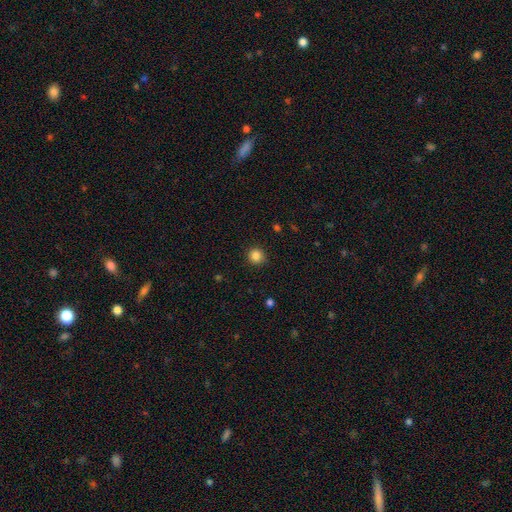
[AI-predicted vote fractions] This is clearly a smooth galaxy (84%). How rounded: clearly round (93%). Merging: clearly none (91%).